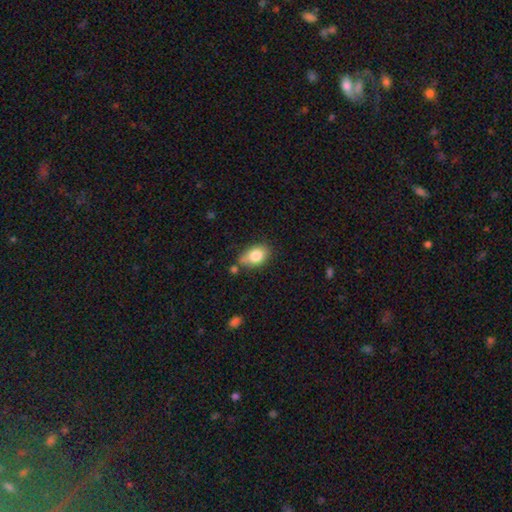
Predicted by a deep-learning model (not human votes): Q: Smooth or featured?
A: smooth (81%); runner-up: featured or disk (11%)
Q: How rounded?
A: in between (83%); runner-up: round (16%)
Q: Merging?
A: none (63%); runner-up: minor disturbance (23%)